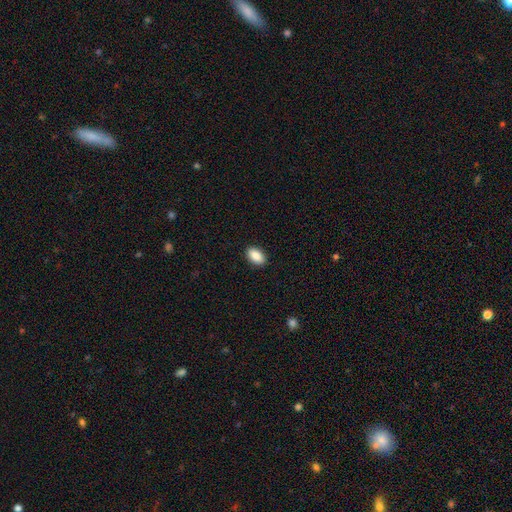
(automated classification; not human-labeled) This is clearly a smooth galaxy (89%). How rounded: clearly in between (92%). Merging: clearly none (90%).